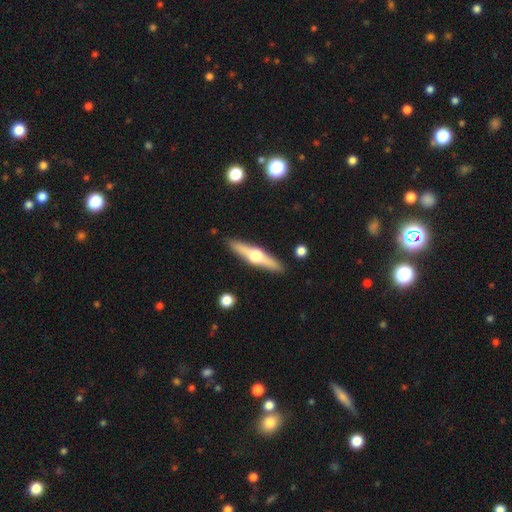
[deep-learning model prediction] Smooth or featured: featured or disk — 66% (smooth — 29%)
Edge-on disk: yes — 96% (no — 4%)
Edge-on bulge: rounded — 95% (boxy — 3%)
Merging: none — 90% (minor disturbance — 7%)